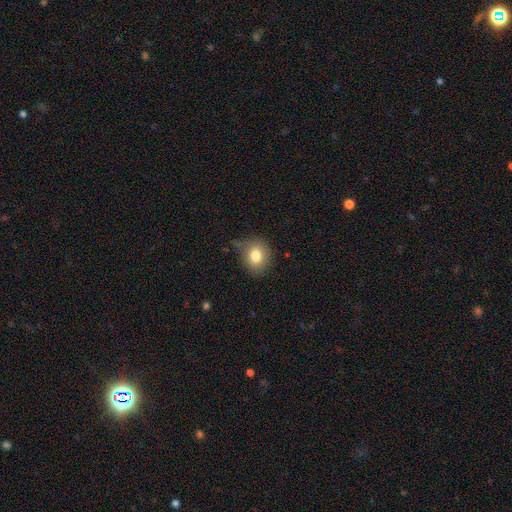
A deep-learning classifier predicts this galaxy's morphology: smooth_or_featured: smooth (p=0.81) [alt: star or artifact p=0.10]
how_rounded: round (p=0.66) [alt: in between p=0.34]
merging: none (p=0.73) [alt: minor disturbance p=0.20]